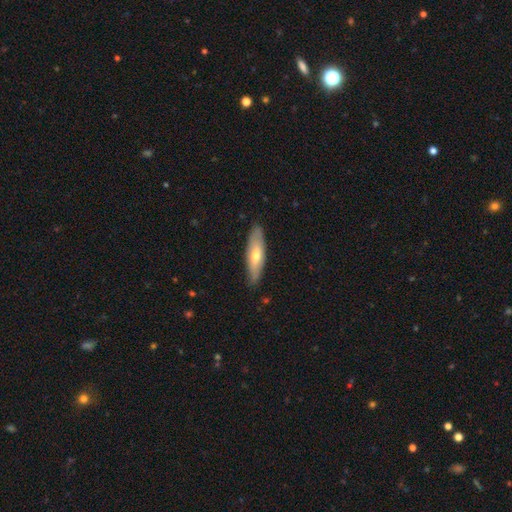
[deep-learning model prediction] smooth_or_featured: smooth (p=0.56) [alt: featured or disk p=0.39]
how_rounded: cigar-shaped (p=0.55) [alt: in between p=0.43]
merging: none (p=0.85) [alt: minor disturbance p=0.12]